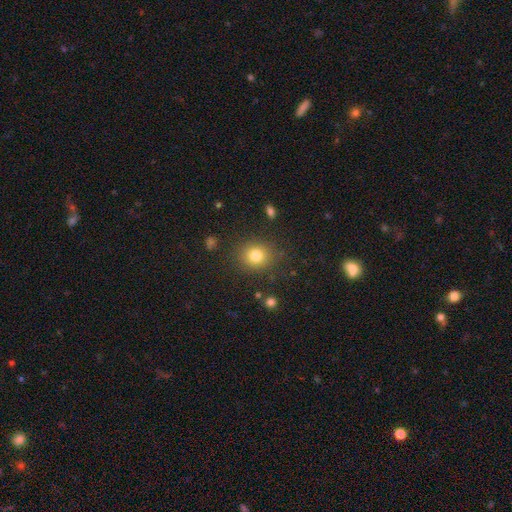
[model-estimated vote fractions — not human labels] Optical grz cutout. It shows a smooth galaxy with no disk features (80%) that is round (80%). Merging: none (85%).